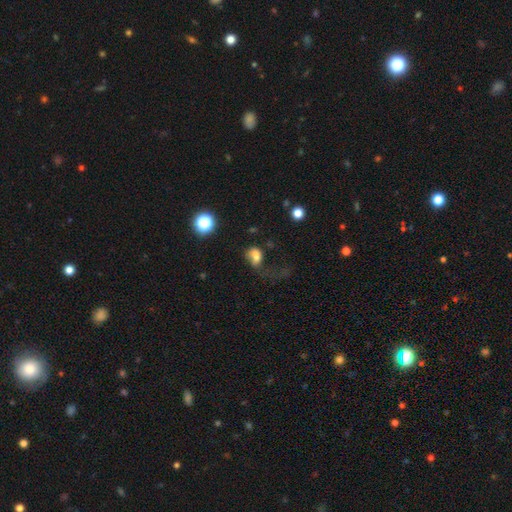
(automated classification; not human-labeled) Smooth or featured? Predicted: smooth (p=0.65). How rounded? Predicted: in between (p=0.70). Merging? Predicted: major disturbance (p=0.46).